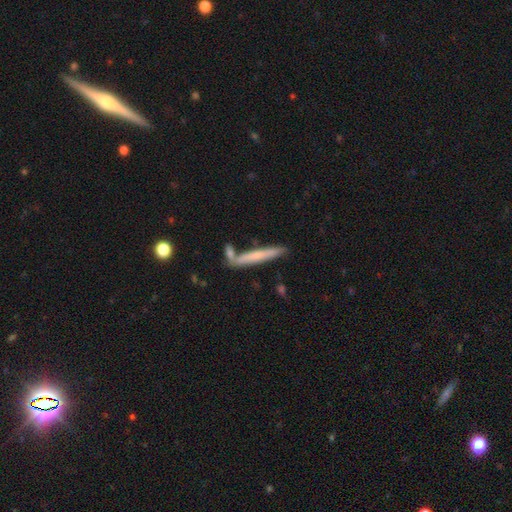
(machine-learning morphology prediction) Smooth or featured? smooth (59%)
How rounded? cigar-shaped (95%)
Merging? none (73%)